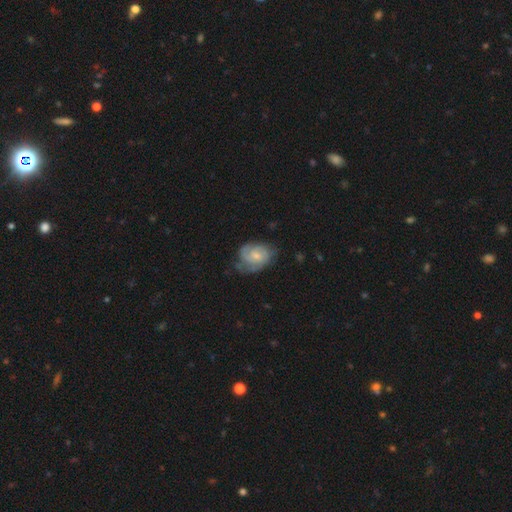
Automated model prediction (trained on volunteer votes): Overall: featured or disk (71%). Edge-on disk: no (98%). Bar: no (64%; weak 32%). Spiral arms: yes (93%). Spiral arm count: 2 (47%; can't tell 23%). Spiral winding: tight (52%; medium 37%). Bulge size: small (57%; moderate 33%). Merging: none (60%; minor disturbance 27%).